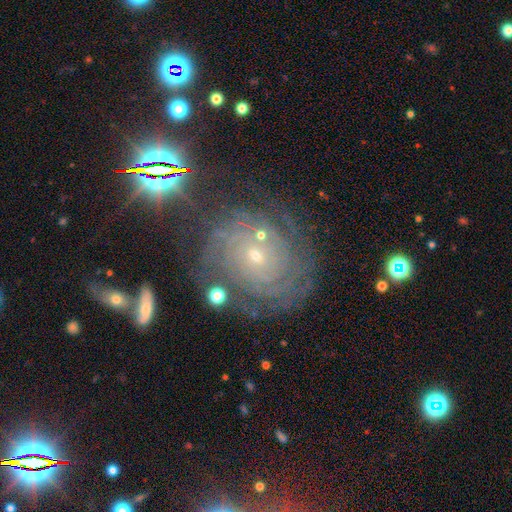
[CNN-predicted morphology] smooth_or_featured: featured or disk (p=0.76) [alt: star or artifact p=0.14]
disk_edge_on: no (p=0.97) [alt: yes p=0.03]
bar: no (p=0.77) [alt: weak p=0.17]
has_spiral_arms: yes (p=0.94) [alt: no p=0.06]
spiral_winding: tight (p=0.81) [alt: medium p=0.15]
spiral_arm_count: can't tell (p=0.38) [alt: 4 p=0.15]
bulge_size: small (p=0.80) [alt: moderate p=0.16]
merging: none (p=0.74) [alt: minor disturbance p=0.15]